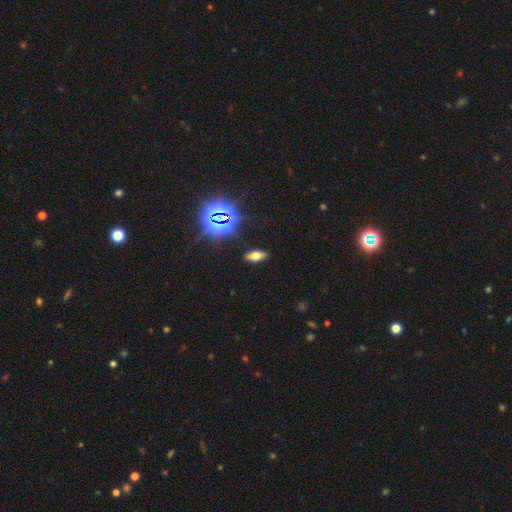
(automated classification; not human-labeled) The model was most divided on "smooth or featured": smooth: 53%, star or artifact: 27%, featured or disk: 19%. More confident: merging — none (89%); how rounded — in between (78%).